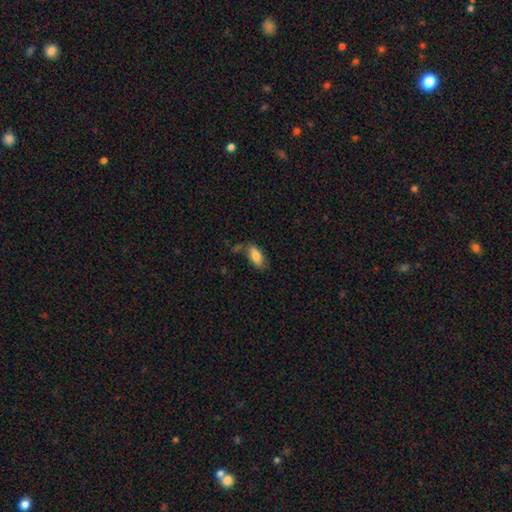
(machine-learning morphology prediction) smooth 80%, featured or disk 13%, star or artifact 7%. Down the decision tree: how rounded — in between (87%); merging — none (64%).